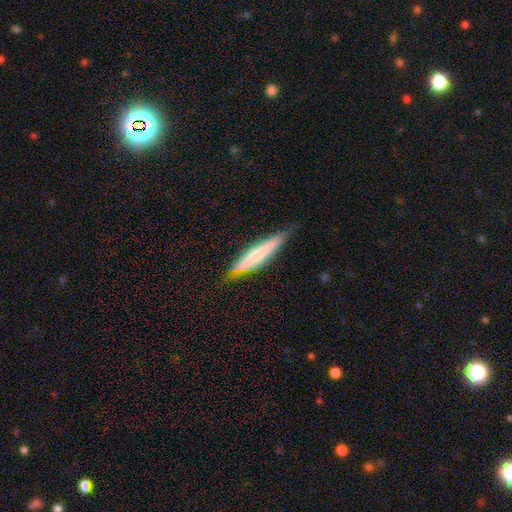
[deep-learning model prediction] Morphology: type=smooth (57%); roundness=cigar-shaped (90%); merging=none (78%).